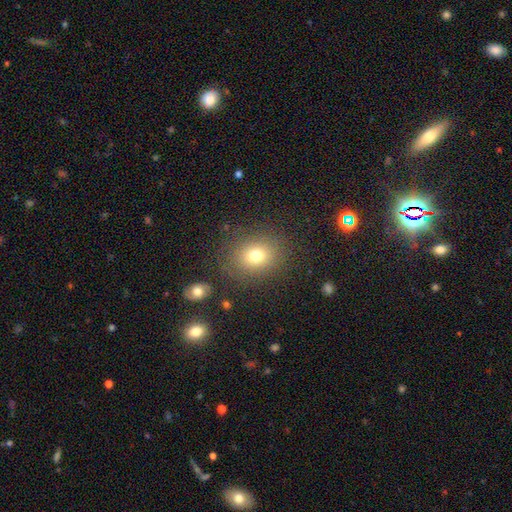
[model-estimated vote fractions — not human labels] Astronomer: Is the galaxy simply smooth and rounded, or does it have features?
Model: smooth — 75%.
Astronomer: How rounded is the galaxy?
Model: round — 64%.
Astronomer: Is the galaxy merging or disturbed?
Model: none — 82%.